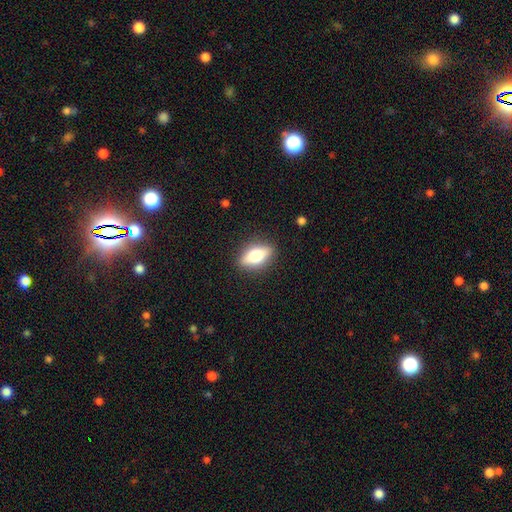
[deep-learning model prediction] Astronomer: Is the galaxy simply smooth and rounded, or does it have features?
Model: smooth — 62%.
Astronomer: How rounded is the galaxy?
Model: in between — 76%.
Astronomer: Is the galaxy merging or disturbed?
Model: none — 87%.